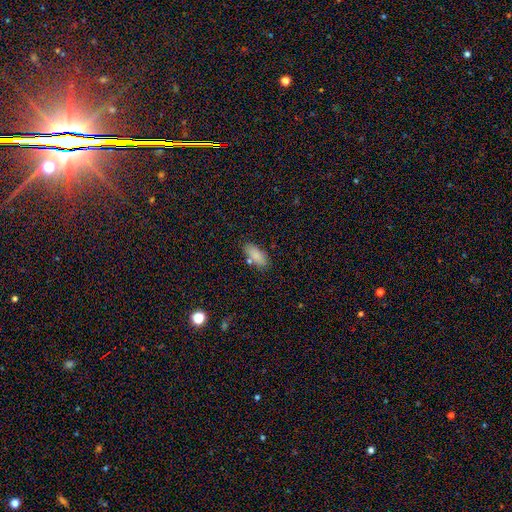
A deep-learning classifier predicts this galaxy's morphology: Smooth or featured? Predicted: smooth (p=0.85). How rounded? Predicted: in between (p=0.83). Merging? Predicted: none (p=0.77).